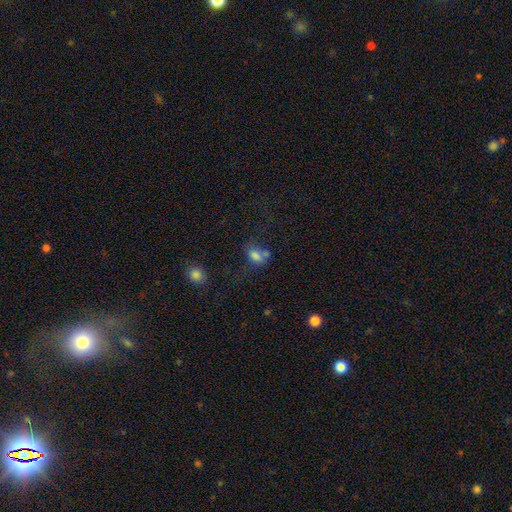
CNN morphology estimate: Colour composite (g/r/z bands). It shows a smooth galaxy with no disk features (71%) that is in between round and cigar-shaped (75%). Merging: none (37%).